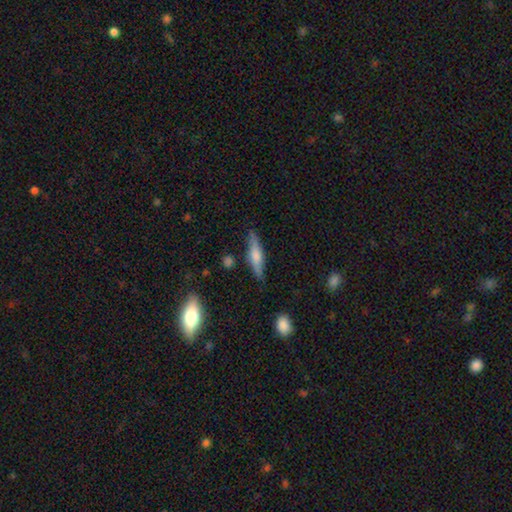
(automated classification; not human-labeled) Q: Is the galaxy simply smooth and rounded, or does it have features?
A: smooth — 56%.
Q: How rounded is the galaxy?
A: cigar-shaped — 77%.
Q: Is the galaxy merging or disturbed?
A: none — 81%.